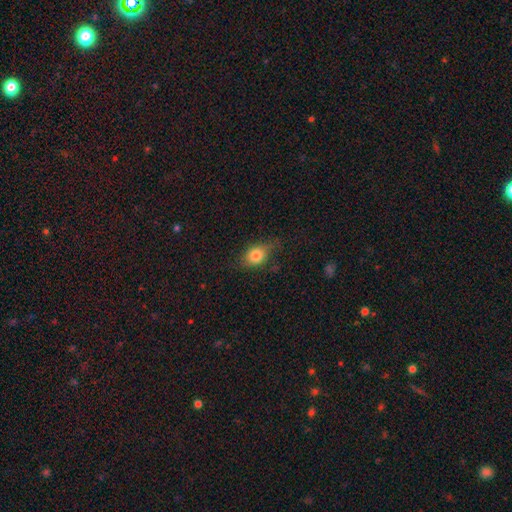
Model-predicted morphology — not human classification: smooth 78%, featured or disk 12%, star or artifact 10%. Down the decision tree: how rounded — in between (55%); merging — none (65%).